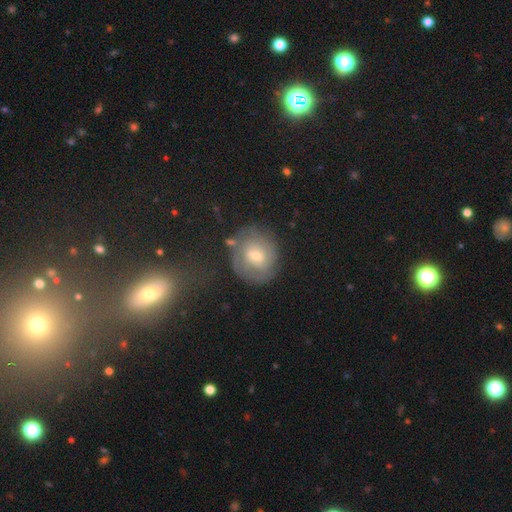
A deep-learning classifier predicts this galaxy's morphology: This is likely a featured or disk galaxy (61%). It is clearly not viewed edge-on (96%). Bar: possibly no (52%). Spiral arm pattern: likely yes (77%). Central bulge: possibly moderate (51%). Merging: likely none (69%).